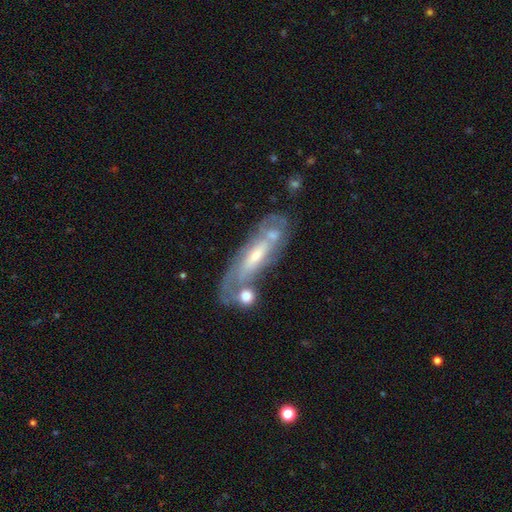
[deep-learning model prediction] Q: Smooth or featured?
A: featured or disk (70%); runner-up: smooth (23%)
Q: Edge-on disk?
A: no (74%); runner-up: yes (26%)
Q: Bar?
A: no (50%); runner-up: weak (34%)
Q: Spiral arms?
A: yes (71%); runner-up: no (29%)
Q: Bulge size?
A: moderate (44%); tied with: small (44%)
Q: Merging?
A: none (46%); runner-up: merger (23%)